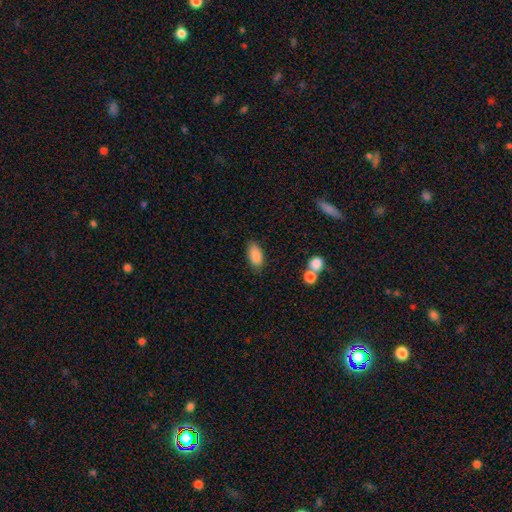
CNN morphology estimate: Q: Smooth or featured?
A: smooth (87%); runner-up: star or artifact (8%)
Q: How rounded?
A: in between (90%); runner-up: cigar-shaped (6%)
Q: Merging?
A: none (79%); runner-up: minor disturbance (14%)